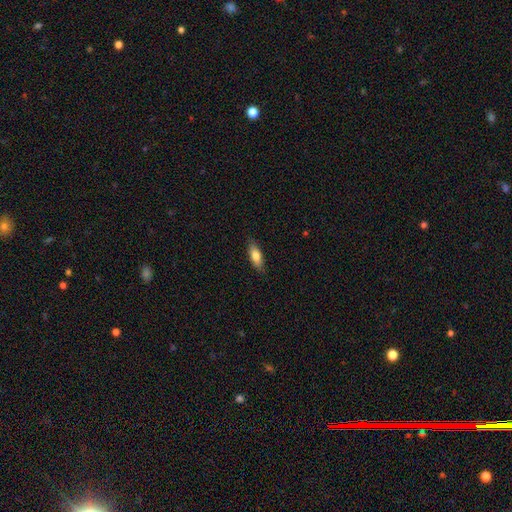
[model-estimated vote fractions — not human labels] A smooth galaxy with no disk features (77%) that is in between round and cigar-shaped (70%). Merging: none (84%).